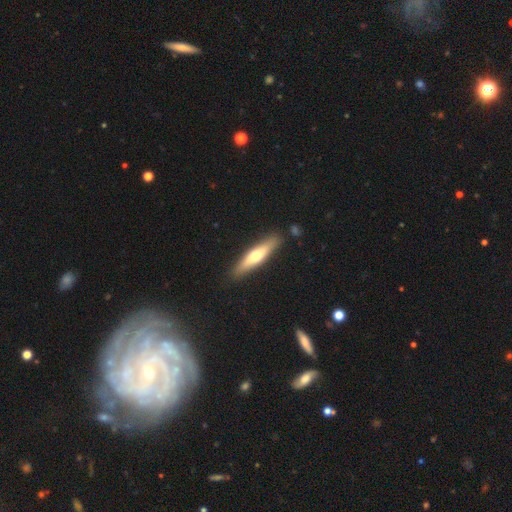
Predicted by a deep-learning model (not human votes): Smooth or featured? smooth (52%)
How rounded? cigar-shaped (80%)
Merging? none (88%)